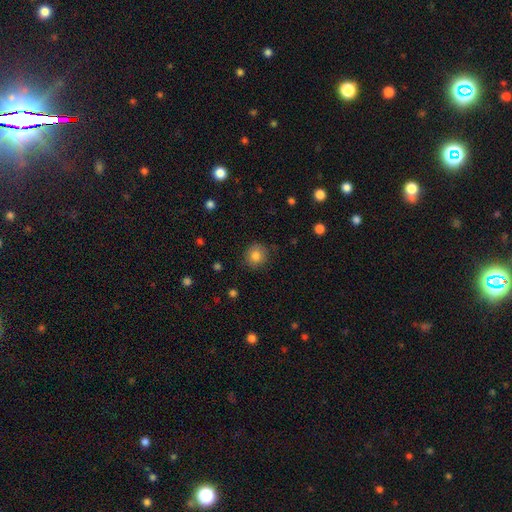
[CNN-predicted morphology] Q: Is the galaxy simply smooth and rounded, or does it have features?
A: smooth — 83%.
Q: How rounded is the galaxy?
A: round — 87%.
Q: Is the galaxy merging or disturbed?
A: none — 87%.